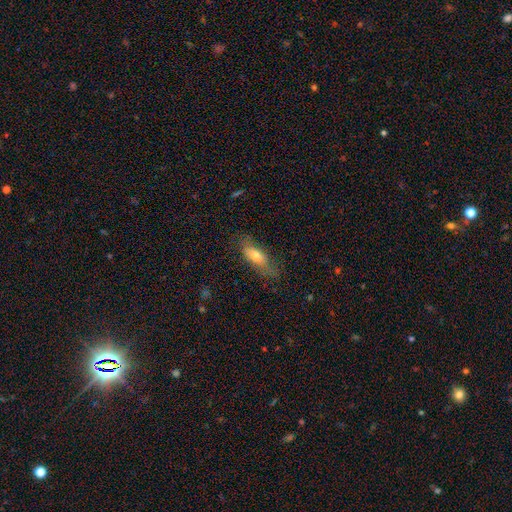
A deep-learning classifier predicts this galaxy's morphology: A smooth galaxy with no disk features (65%) that is in between round and cigar-shaped (68%).

Vote fractions:
- Smooth or featured? smooth: 65% / featured or disk: 28% / star or artifact: 7%
- How rounded? in between: 68% / cigar-shaped: 29% / round: 3%
- Merging? none: 68% / minor disturbance: 22% / major disturbance: 8% / merger: 2%